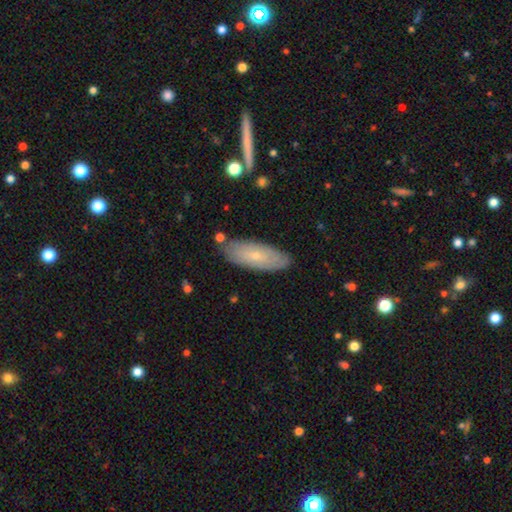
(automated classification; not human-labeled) smooth 61%, featured or disk 33%, star or artifact 6%. Down the decision tree: how rounded — in between (72%); merging — none (82%).